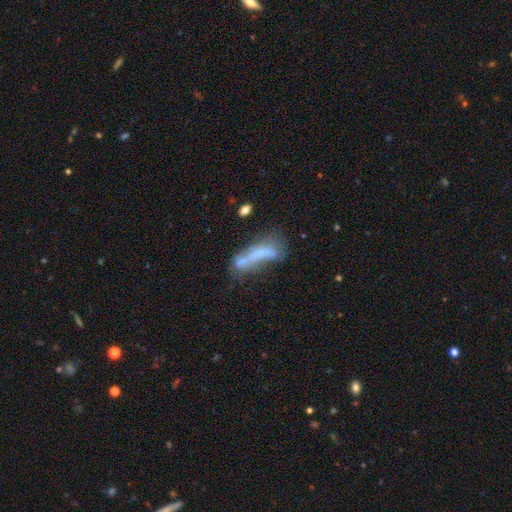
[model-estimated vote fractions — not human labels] smooth 44%, featured or disk 43%, star or artifact 13%. Down the decision tree: merging — merger (35%).